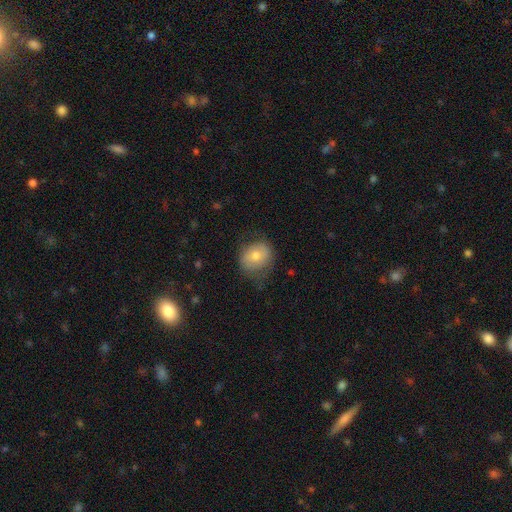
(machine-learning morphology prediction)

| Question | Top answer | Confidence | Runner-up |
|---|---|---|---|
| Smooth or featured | smooth | 69% | featured or disk (23%) |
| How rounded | round | 62% | in between (37%) |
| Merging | none | 61% | minor disturbance (26%) |